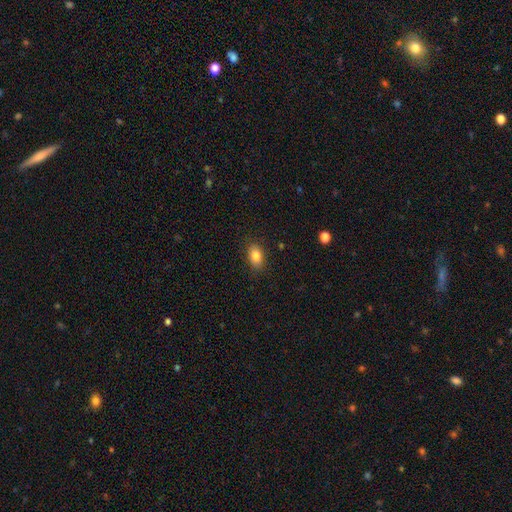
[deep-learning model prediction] The model was most divided on "how rounded": in between: 86%, round: 12%, cigar-shaped: 2%. More confident: merging — none (87%); smooth or featured — smooth (84%).